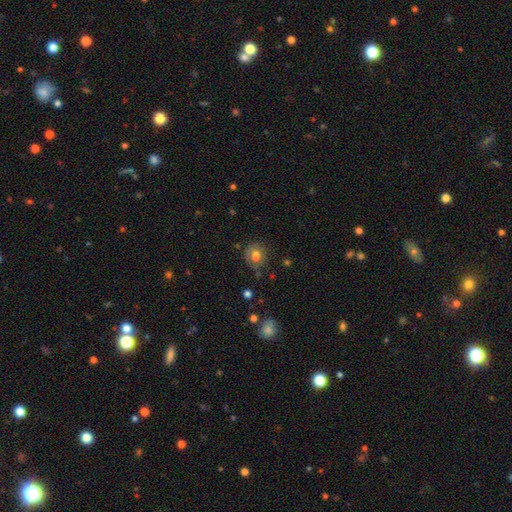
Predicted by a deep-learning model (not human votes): Smooth or featured?
  - smooth: 63% *
  - featured or disk: 24%
  - star or artifact: 14%
How rounded?
  - round: 71% *
  - in between: 28%
  - cigar-shaped: 1%
Merging?
  - none: 64% *
  - minor disturbance: 22%
  - major disturbance: 10%
  - merger: 5%